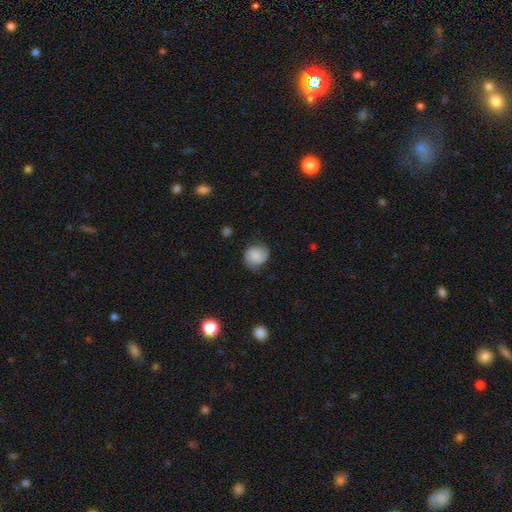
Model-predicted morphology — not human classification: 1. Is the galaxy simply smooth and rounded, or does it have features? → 64% smooth, 27% featured or disk, 9% star or artifact.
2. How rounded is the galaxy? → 75% round, 24% in between, 1% cigar-shaped.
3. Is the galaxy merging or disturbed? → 69% none, 23% minor disturbance, 7% major disturbance, 1% merger.